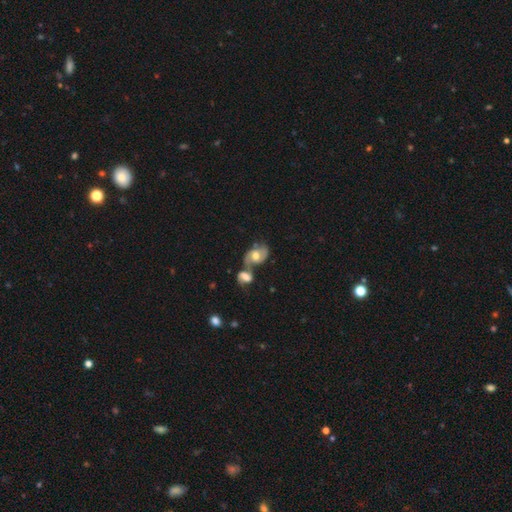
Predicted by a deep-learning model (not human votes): Q: Smooth or featured?
A: featured or disk (66%); runner-up: smooth (27%)
Q: Edge-on disk?
A: no (96%); runner-up: yes (4%)
Q: Bar?
A: no (65%); runner-up: weak (27%)
Q: Spiral arms?
A: yes (84%); runner-up: no (16%)
Q: Spiral winding?
A: medium (49%); runner-up: loose (30%)
Q: Spiral arm count?
A: 2 (86%); runner-up: can't tell (7%)
Q: Bulge size?
A: moderate (73%); runner-up: large (13%)
Q: Merging?
A: merger (44%); runner-up: none (35%)